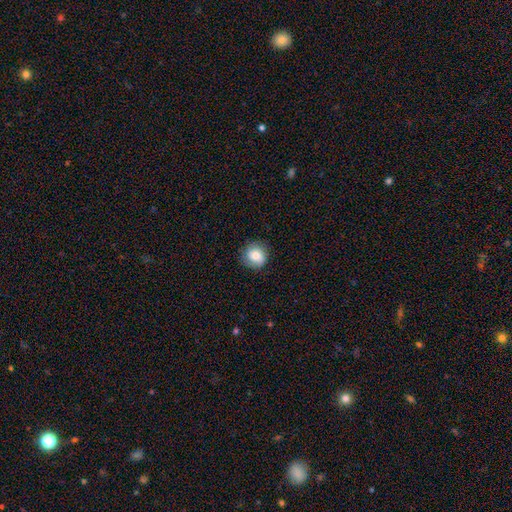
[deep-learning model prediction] This appears to be a smooth galaxy with no disk features (73%) that is round (86%). Merging: none (80%).